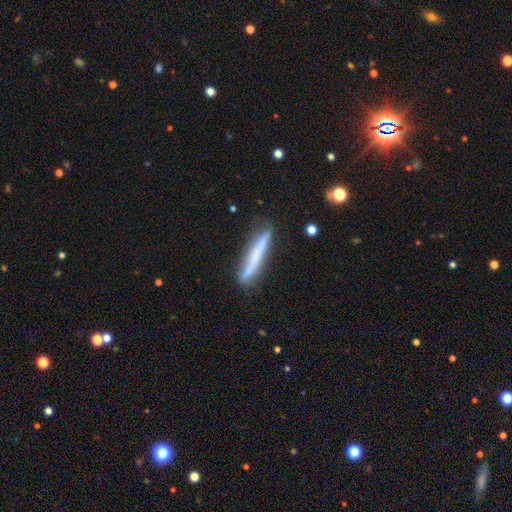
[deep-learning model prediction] Smooth or featured: smooth — 55% (featured or disk — 38%)
How rounded: cigar-shaped — 95% (in between — 4%)
Merging: none — 78% (minor disturbance — 16%)